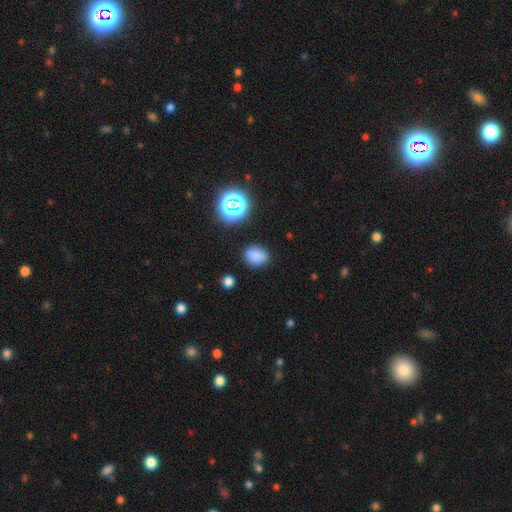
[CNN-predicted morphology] This appears to be a smooth galaxy with no disk features (78%) that is in between round and cigar-shaped (58%). Merging: none (80%).